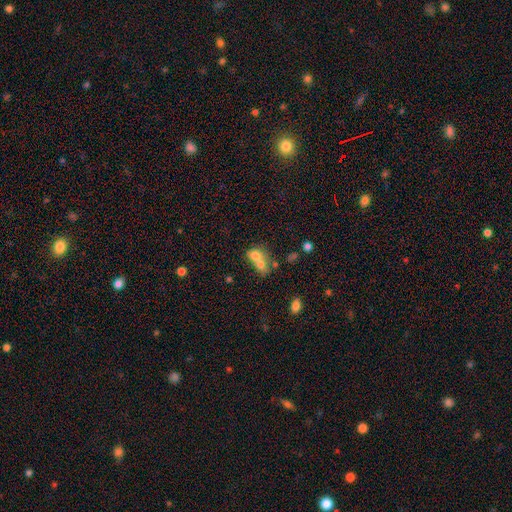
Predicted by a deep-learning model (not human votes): Smooth or featured? Predicted: smooth (p=0.69). How rounded? Predicted: round (p=0.55). Merging? Predicted: merger (p=0.70).